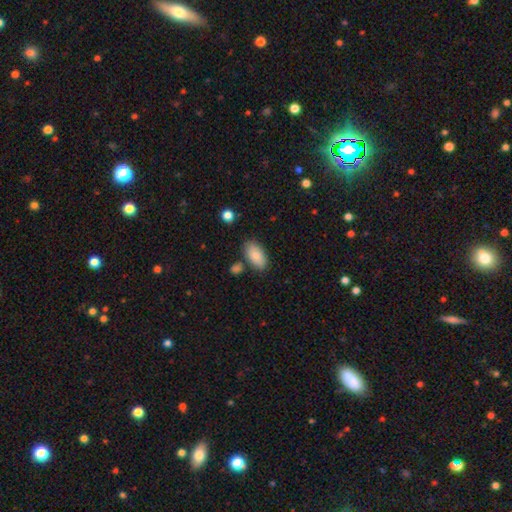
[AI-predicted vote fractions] smooth_or_featured: smooth (p=0.84) [alt: featured or disk p=0.09]
how_rounded: in between (p=0.94) [alt: round p=0.03]
merging: none (p=0.77) [alt: minor disturbance p=0.14]